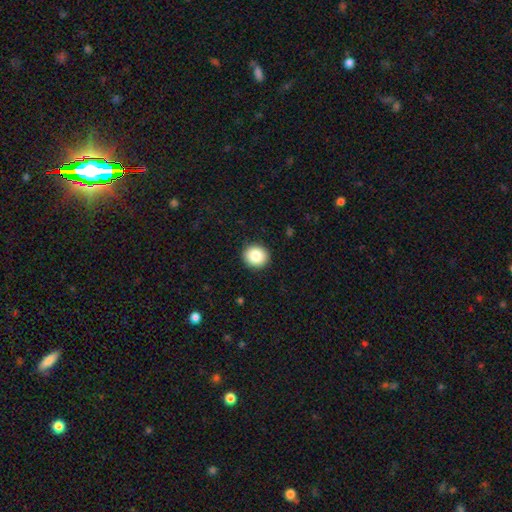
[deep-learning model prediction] This appears to be a smooth galaxy with no disk features (86%) that is round (89%). Merging: none (92%).